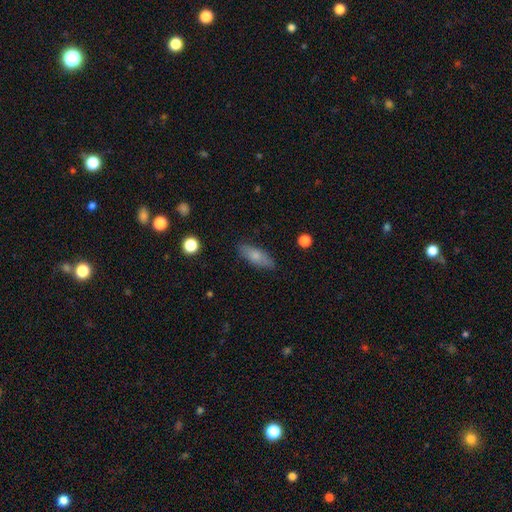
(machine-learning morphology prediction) This appears to be a smooth galaxy with no disk features (74%) that is in between round and cigar-shaped (68%). Merging: none (82%).